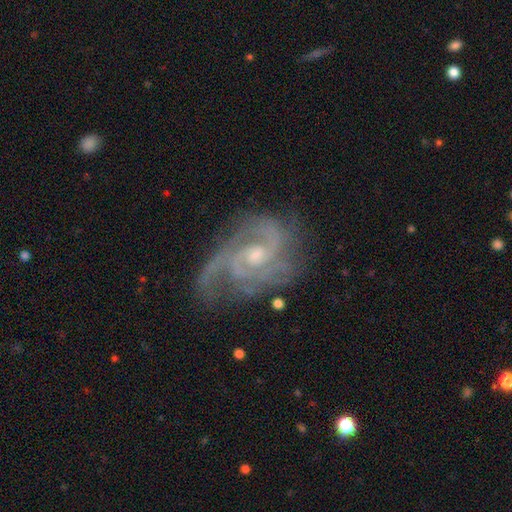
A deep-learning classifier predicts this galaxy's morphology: type=featured or disk (90%); edge-on=no (97%); bar=no (55%); spiral arms=yes (97%); winding=medium (46%); arm count=2 (41%); bulge=small (51%); merging=none (60%).